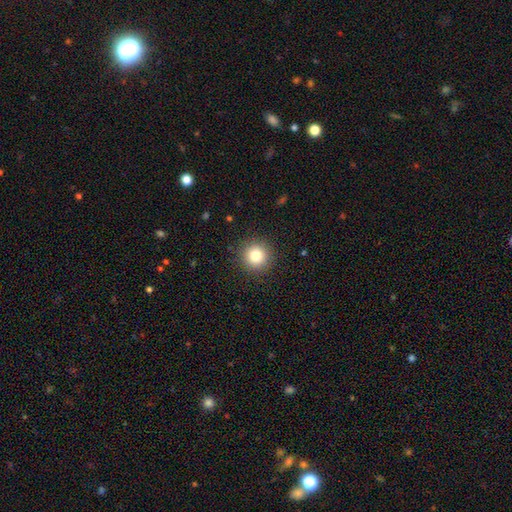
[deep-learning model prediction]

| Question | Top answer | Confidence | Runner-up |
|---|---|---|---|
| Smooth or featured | smooth | 81% | star or artifact (11%) |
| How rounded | round | 95% | in between (4%) |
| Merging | none | 91% | minor disturbance (6%) |